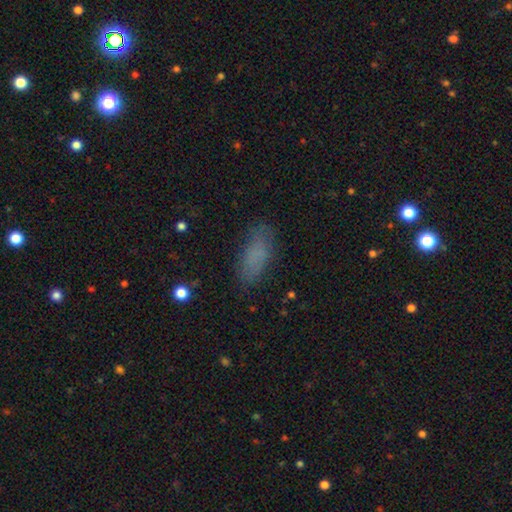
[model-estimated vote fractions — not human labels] Overall: smooth (77%). How rounded: in between (74%). Merging: none (78%).